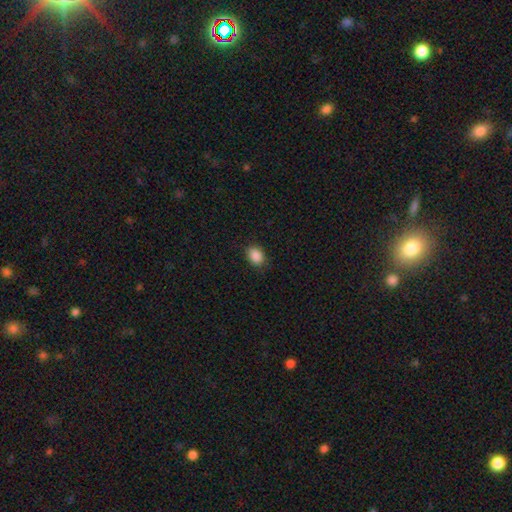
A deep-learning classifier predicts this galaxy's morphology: type=smooth (89%); roundness=in between (72%); merging=none (86%).